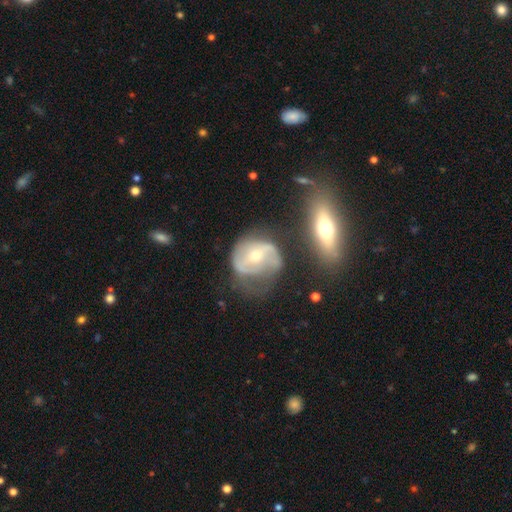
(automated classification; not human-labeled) Morphology: type=featured or disk (77%); edge-on=no (95%); bar=no (44%); spiral arms=yes (83%); winding=medium (42%); arm count=2 (71%); bulge=small (52%); merging=none (45%).